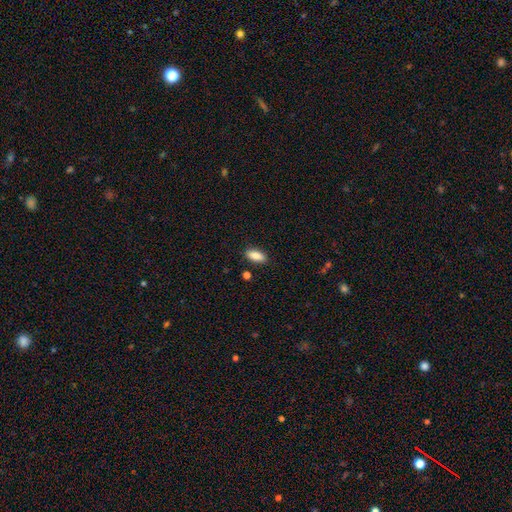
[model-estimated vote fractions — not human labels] Smooth or featured?
  - smooth: 87% *
  - star or artifact: 7%
  - featured or disk: 7%
How rounded?
  - in between: 86% *
  - cigar-shaped: 11%
  - round: 3%
Merging?
  - none: 87% *
  - minor disturbance: 9%
  - merger: 2%
  - major disturbance: 2%